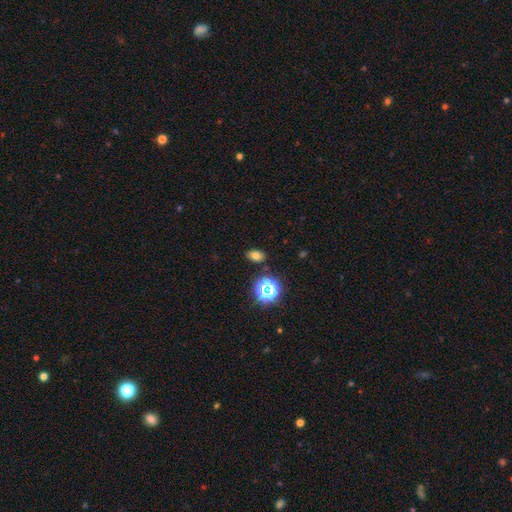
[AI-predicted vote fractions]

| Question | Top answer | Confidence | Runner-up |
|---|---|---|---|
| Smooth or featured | smooth | 71% | star or artifact (21%) |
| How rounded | in between | 78% | round (20%) |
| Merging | none | 85% | minor disturbance (9%) |